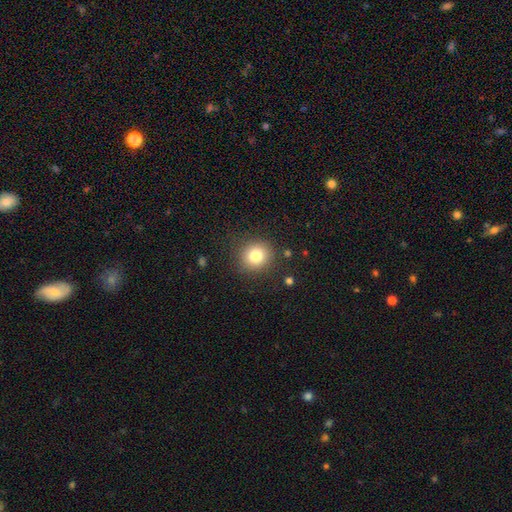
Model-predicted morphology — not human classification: smooth_or_featured: smooth (p=0.81) [alt: star or artifact p=0.11]
how_rounded: round (p=0.87) [alt: in between p=0.12]
merging: none (p=0.87) [alt: minor disturbance p=0.08]